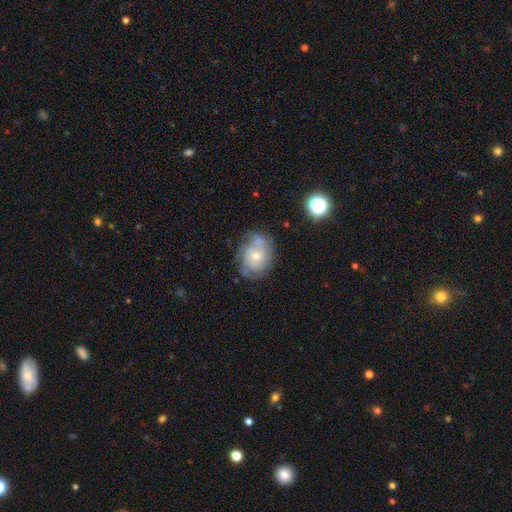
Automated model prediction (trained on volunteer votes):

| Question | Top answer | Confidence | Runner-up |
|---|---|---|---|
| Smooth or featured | featured or disk | 55% | smooth (36%) |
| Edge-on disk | no | 97% | yes (3%) |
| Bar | no | 81% | weak (17%) |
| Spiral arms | yes | 72% | no (28%) |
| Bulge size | small | 57% | moderate (37%) |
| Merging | none | 58% | minor disturbance (25%) |